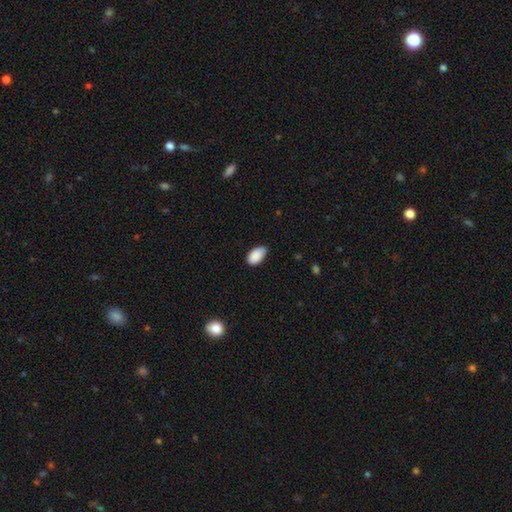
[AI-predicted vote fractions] Morphology: type=smooth (89%); roundness=in between (95%); merging=none (69%).